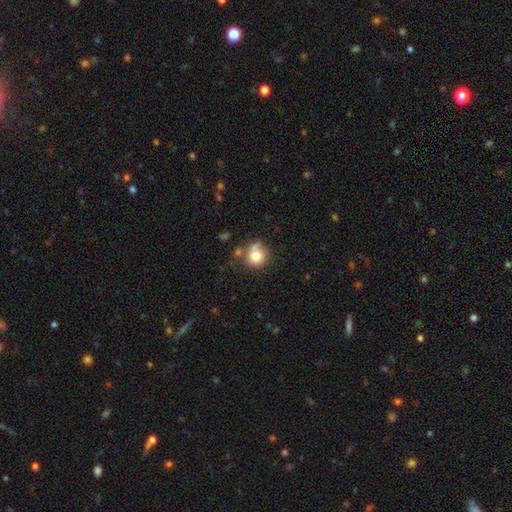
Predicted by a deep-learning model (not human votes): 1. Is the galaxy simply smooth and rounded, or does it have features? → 78% smooth, 11% featured or disk, 10% star or artifact.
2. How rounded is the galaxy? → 87% round, 12% in between, 1% cigar-shaped.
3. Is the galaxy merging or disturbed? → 57% none, 20% minor disturbance, 14% merger, 8% major disturbance.